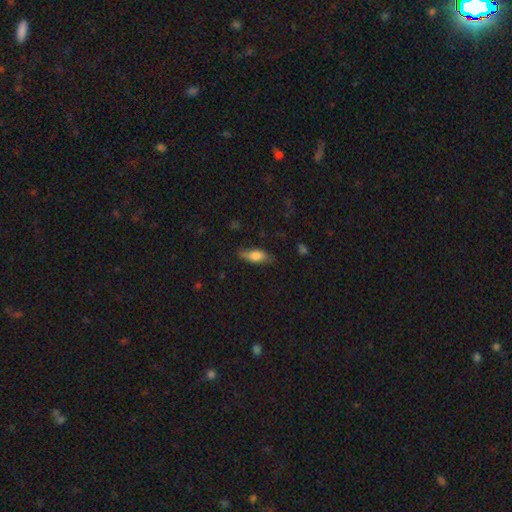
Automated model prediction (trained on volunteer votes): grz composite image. It shows a smooth galaxy with no disk features (72%) that is in between round and cigar-shaped (70%). Merging: none (75%).